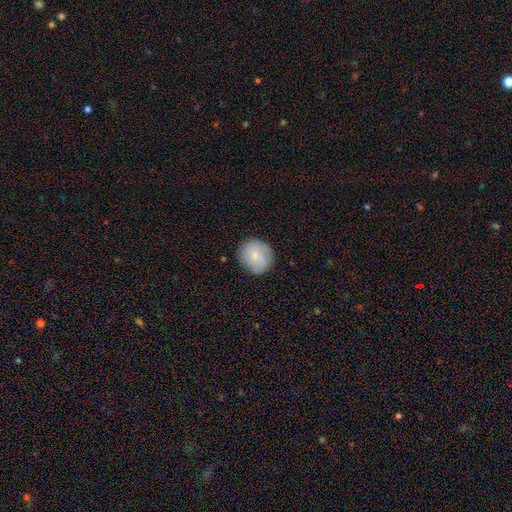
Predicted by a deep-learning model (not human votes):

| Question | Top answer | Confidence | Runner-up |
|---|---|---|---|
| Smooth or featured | smooth | 79% | featured or disk (15%) |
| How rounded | round | 86% | in between (13%) |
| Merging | none | 84% | minor disturbance (12%) |